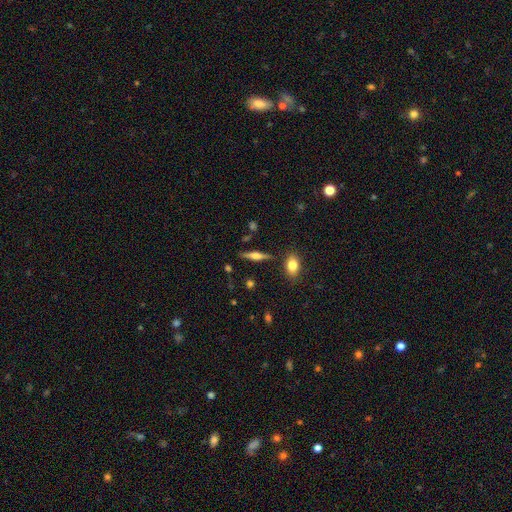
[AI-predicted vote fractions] A featured or disk galaxy (62%) viewed edge-on (96%) with a rounded central bulge (87%).

Vote fractions:
- Smooth or featured? featured or disk: 62% / smooth: 30% / star or artifact: 7%
- Edge-on disk? yes: 96% / no: 4%
- Edge-on bulge? rounded: 87% / boxy: 9% / none: 4%
- Merging? none: 85% / minor disturbance: 9% / merger: 4% / major disturbance: 2%